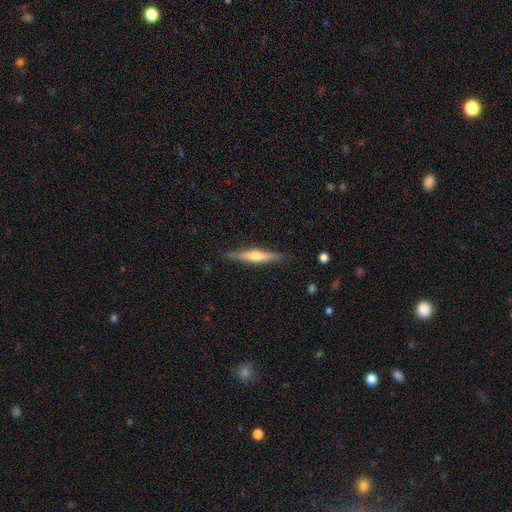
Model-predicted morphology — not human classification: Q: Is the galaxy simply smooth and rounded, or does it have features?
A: featured or disk — 56%.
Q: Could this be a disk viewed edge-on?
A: yes — 96%.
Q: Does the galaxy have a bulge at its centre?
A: rounded — 84%.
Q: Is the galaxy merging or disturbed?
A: none — 88%.